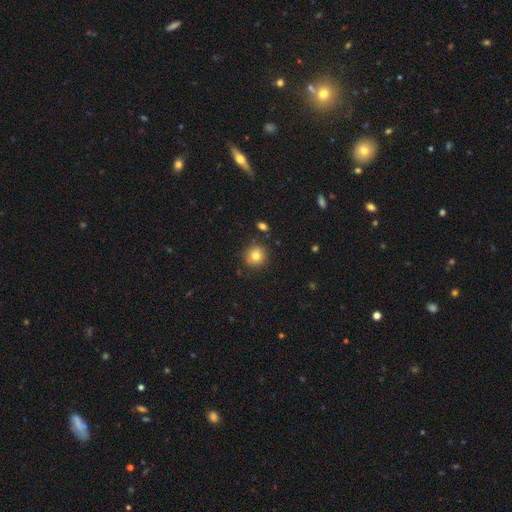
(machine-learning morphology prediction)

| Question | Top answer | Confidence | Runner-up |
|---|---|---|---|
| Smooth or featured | smooth | 80% | star or artifact (11%) |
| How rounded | round | 91% | in between (8%) |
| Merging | none | 85% | minor disturbance (10%) |